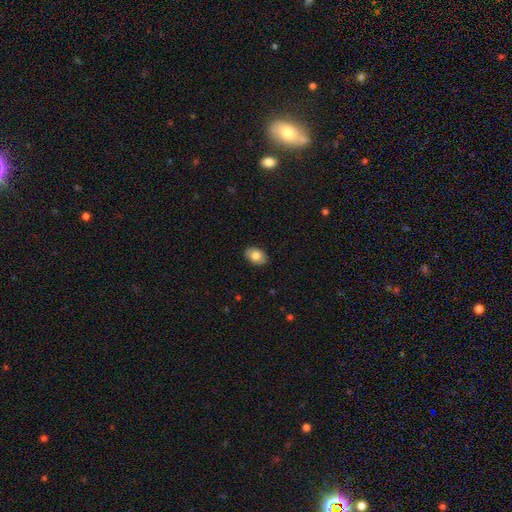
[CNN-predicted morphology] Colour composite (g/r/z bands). It shows a smooth galaxy with no disk features (81%) that is in between round and cigar-shaped (85%). Merging: none (89%).